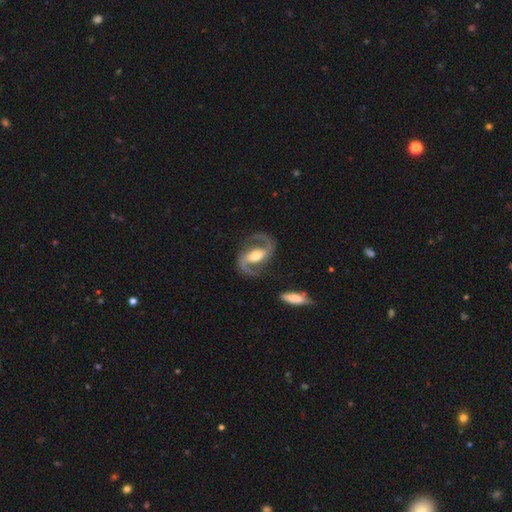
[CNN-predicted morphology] smooth-or-featured: featured or disk: 92% | smooth: 4% | star or artifact: 4%
  disk-edge-on: no: 97% | yes: 3%
    bar: strong: 51% | weak: 32% | no: 16%
    has-spiral-arms: yes: 98% | no: 2%
      spiral-winding: medium: 61% | loose: 24% | tight: 15%
      spiral-arm-count: 2: 94% | can't tell: 1% | 1: 1% | 3: 1% | 4: 1% | more than 4: 1%
    bulge-size: moderate: 68% | small: 16% | large: 13% | none: 1% | dominant: 1%
  merging: none: 81% | minor disturbance: 11% | major disturbance: 5% | merger: 2%